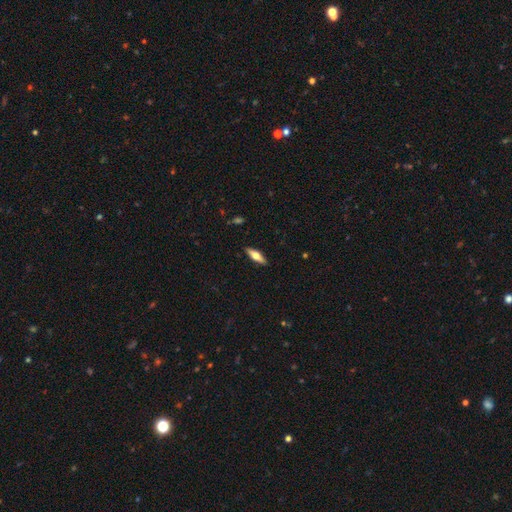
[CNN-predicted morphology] A smooth galaxy with no disk features (50%) that is in between round and cigar-shaped (50%).

Vote fractions:
- Smooth or featured? smooth: 50% / featured or disk: 44% / star or artifact: 6%
- How rounded? in between: 50% / cigar-shaped: 48% / round: 3%
- Merging? none: 89% / minor disturbance: 8% / major disturbance: 2% / merger: 1%